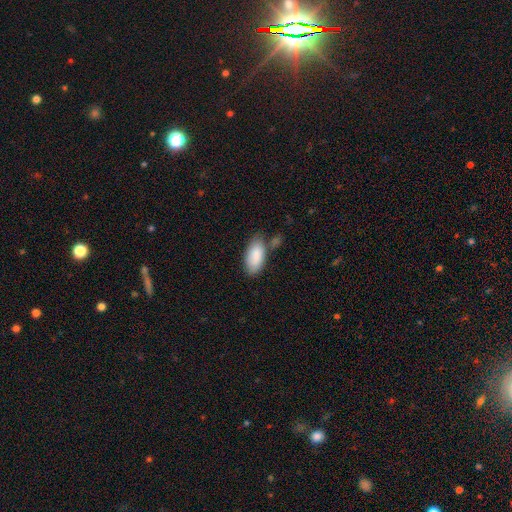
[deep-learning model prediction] A smooth galaxy with no disk features (87%) that is in between round and cigar-shaped (91%). Merging: none (59%).